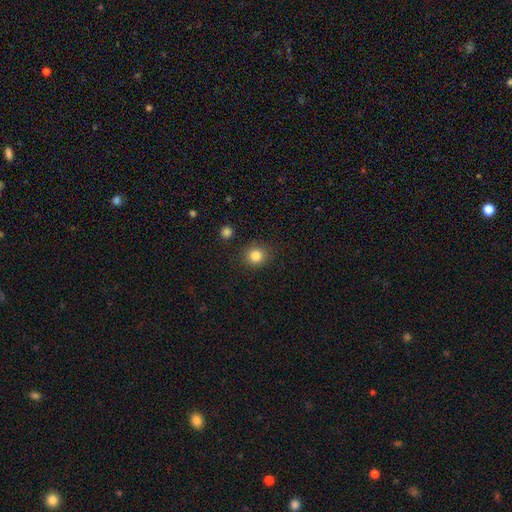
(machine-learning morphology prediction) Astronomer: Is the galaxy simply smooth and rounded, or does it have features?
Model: smooth — 83%.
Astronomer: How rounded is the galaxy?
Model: round — 88%.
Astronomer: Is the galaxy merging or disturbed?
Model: none — 88%.